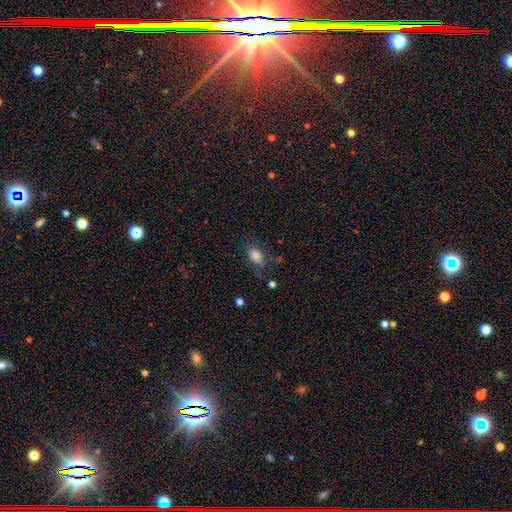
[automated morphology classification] type=smooth (78%); roundness=in between (83%); merging=none (61%).